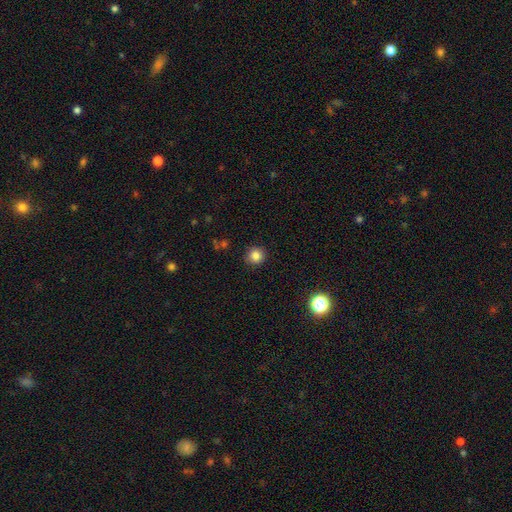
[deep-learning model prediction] Smooth or featured? smooth (84%)
How rounded? round (92%)
Merging? none (90%)